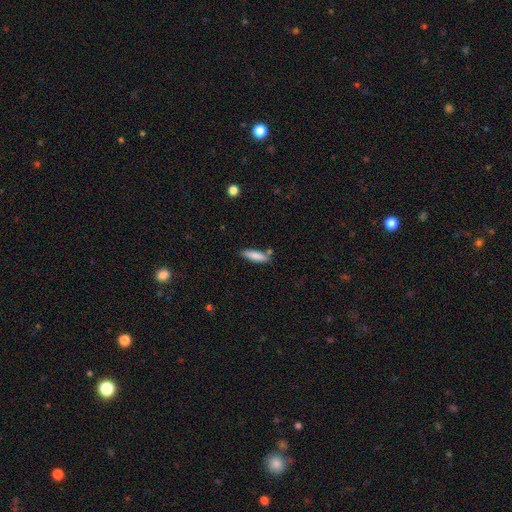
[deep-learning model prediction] The model was most divided on "how rounded": cigar-shaped: 64%, in between: 34%, round: 2%. More confident: smooth or featured — smooth (83%); merging — none (76%).